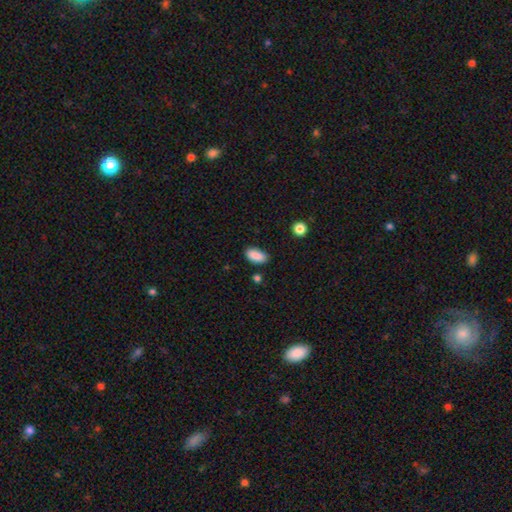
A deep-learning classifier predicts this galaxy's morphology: type=smooth (89%); roundness=in between (90%); merging=none (81%).